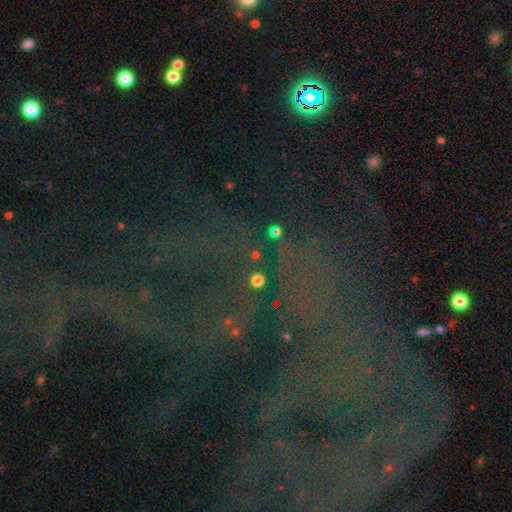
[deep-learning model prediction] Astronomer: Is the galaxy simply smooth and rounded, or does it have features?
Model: star or artifact — 71%.